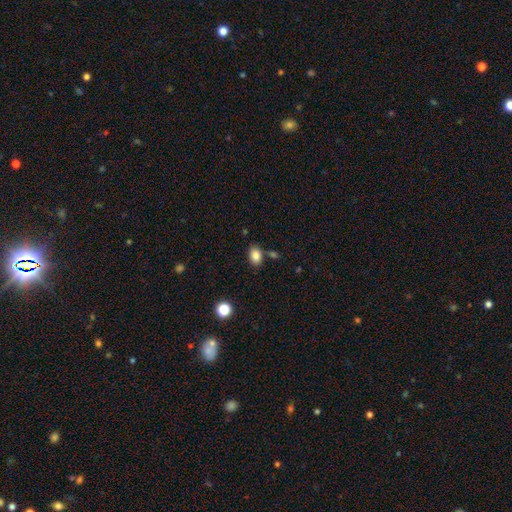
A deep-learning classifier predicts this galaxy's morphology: Smooth or featured? smooth (84%)
How rounded? in between (80%)
Merging? none (75%)